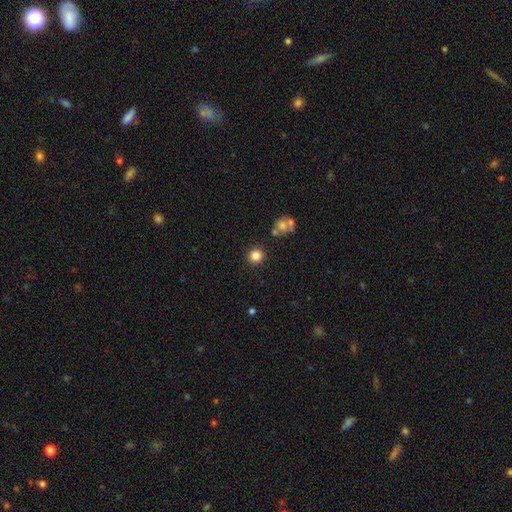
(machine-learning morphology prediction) Overall: smooth (83%). How rounded: round (93%). Merging: none (88%).